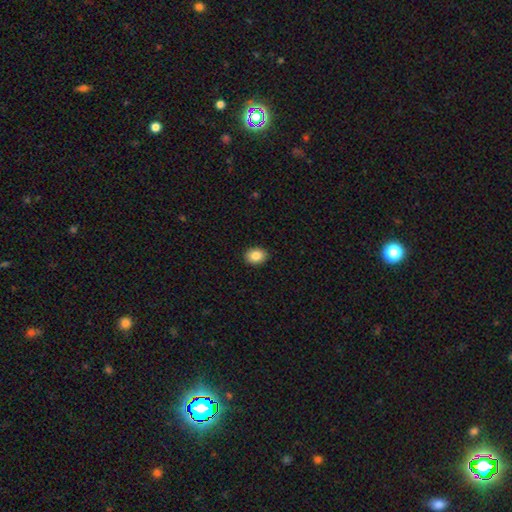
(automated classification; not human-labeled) Smooth or featured?
  - smooth: 85% *
  - star or artifact: 8%
  - featured or disk: 6%
How rounded?
  - in between: 62% *
  - round: 37%
  - cigar-shaped: 1%
Merging?
  - none: 91% *
  - minor disturbance: 6%
  - major disturbance: 2%
  - merger: 1%